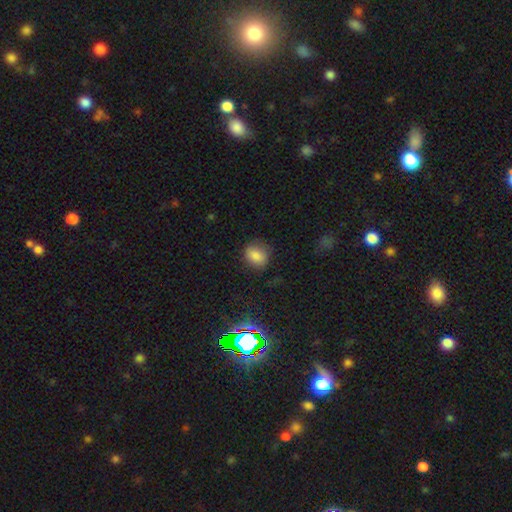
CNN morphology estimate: Smooth or featured? smooth (83%)
How rounded? round (59%)
Merging? none (80%)